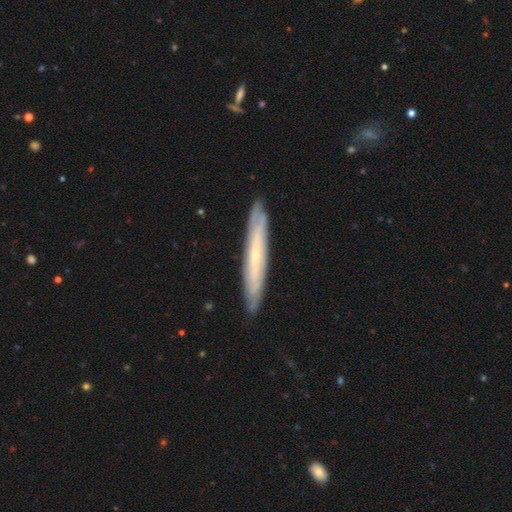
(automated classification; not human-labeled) This is likely a featured or disk galaxy (61%). It is likely viewed edge-on (72%). Merging: clearly none (87%).